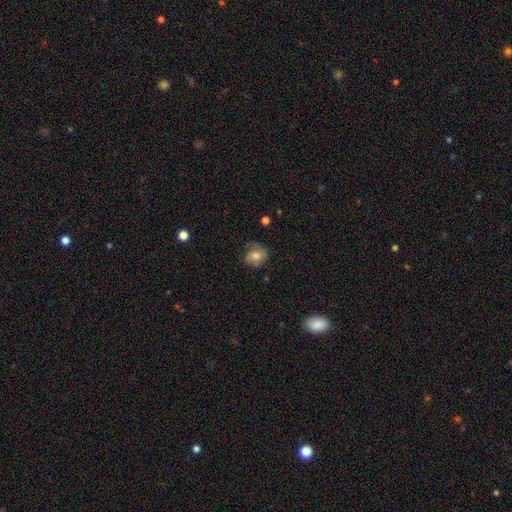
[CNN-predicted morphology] A smooth galaxy with no disk features (61%) that is round (62%). Merging: none (59%).